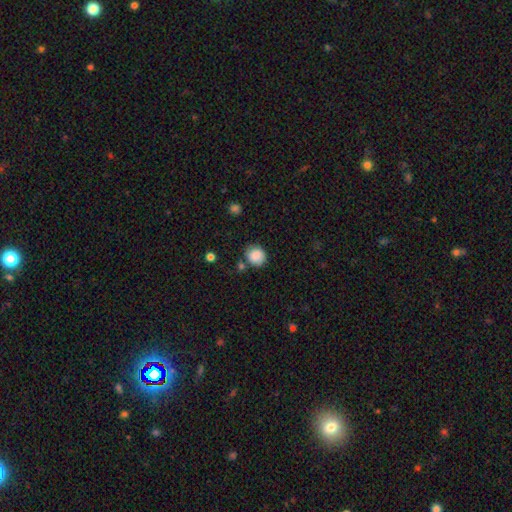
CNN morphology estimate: Smooth or featured? Predicted: smooth (p=0.87). How rounded? Predicted: round (p=0.82). Merging? Predicted: none (p=0.73).